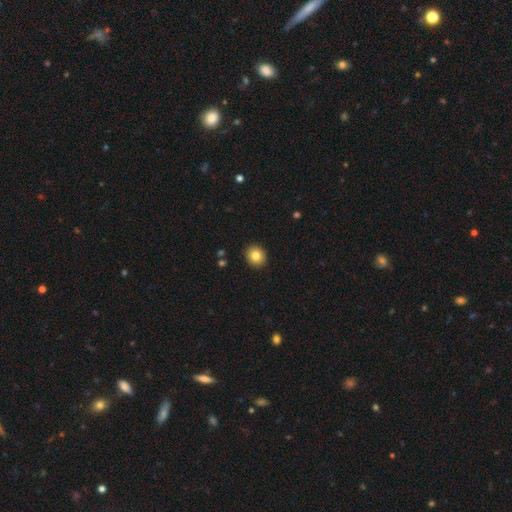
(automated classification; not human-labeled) This is clearly a smooth galaxy (82%). How rounded: clearly round (81%). Merging: clearly none (92%).